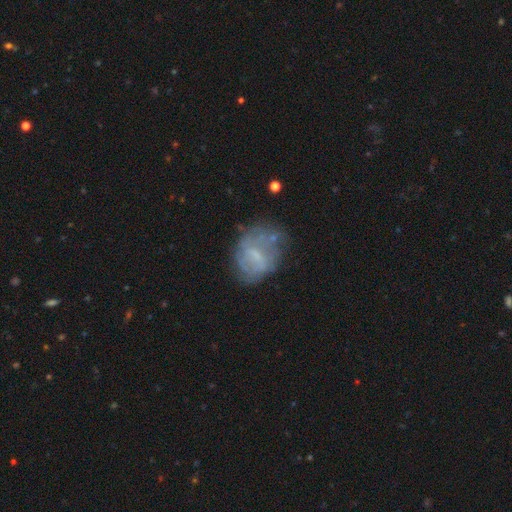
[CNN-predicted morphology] A featured or disk galaxy (52%) with a weak bar (49%), no spiral arms (62%) and a small central bulge (42%).

Vote fractions:
- Smooth or featured? featured or disk: 52% / smooth: 38% / star or artifact: 10%
- Edge-on disk? no: 97% / yes: 3%
- Bar? weak: 49% / no: 37% / strong: 14%
- Spiral arms? no: 62% / yes: 38%
- Bulge size? small: 42% / none: 34% / moderate: 21% / large: 2% / dominant: 1%
- Merging? none: 49% / minor disturbance: 27% / major disturbance: 19% / merger: 5%